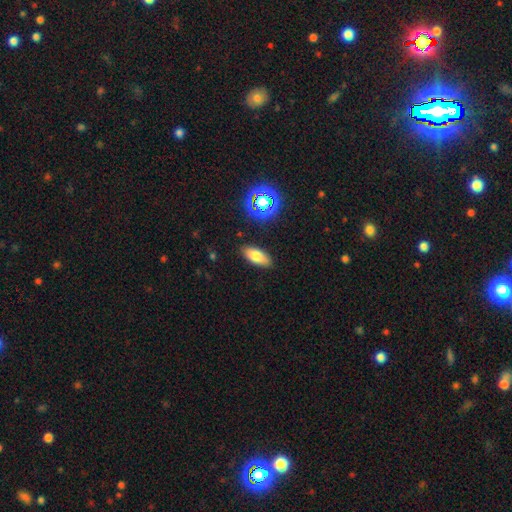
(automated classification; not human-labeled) Smooth or featured? Predicted: smooth (p=0.76). How rounded? Predicted: in between (p=0.83). Merging? Predicted: none (p=0.87).